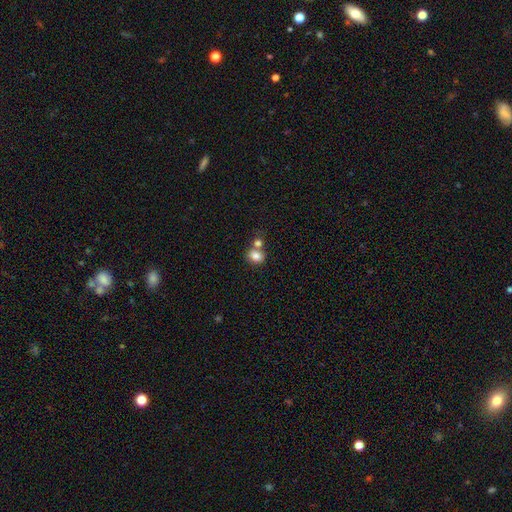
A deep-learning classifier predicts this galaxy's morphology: This appears to be a smooth galaxy with no disk features (81%) that is round (55%). Merging: none (47%).